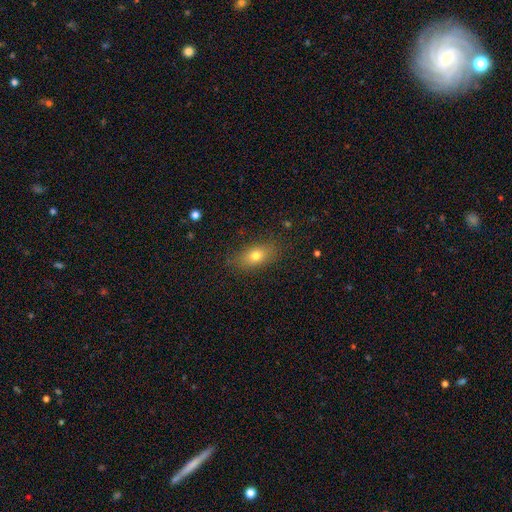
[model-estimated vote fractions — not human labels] A smooth galaxy with no disk features (75%) that is in between round and cigar-shaped (81%).

Vote fractions:
- Smooth or featured? smooth: 75% / featured or disk: 14% / star or artifact: 10%
- How rounded? in between: 81% / round: 11% / cigar-shaped: 8%
- Merging? none: 83% / minor disturbance: 12% / major disturbance: 4% / merger: 1%